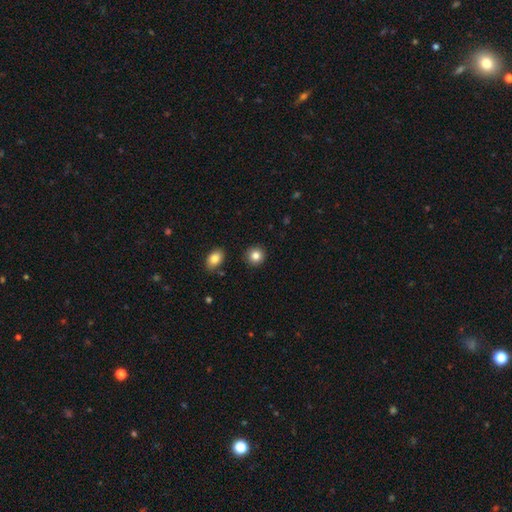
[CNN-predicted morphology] type=smooth (84%); roundness=round (90%); merging=none (90%).